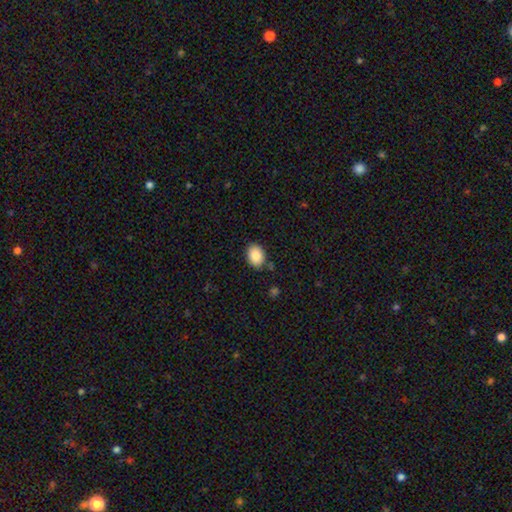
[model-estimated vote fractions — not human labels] A smooth galaxy with no disk features (88%) that is in between round and cigar-shaped (73%).

Vote fractions:
- Smooth or featured? smooth: 88% / star or artifact: 7% / featured or disk: 4%
- How rounded? in between: 73% / round: 26% / cigar-shaped: 1%
- Merging? none: 84% / minor disturbance: 11% / major disturbance: 3% / merger: 2%